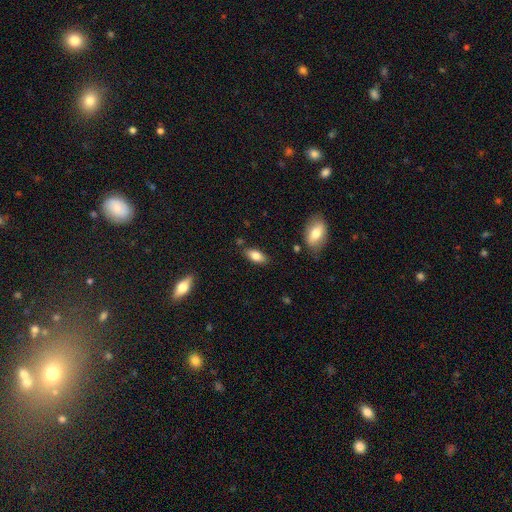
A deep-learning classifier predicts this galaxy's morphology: Smooth or featured? smooth (81%)
How rounded? in between (86%)
Merging? none (82%)